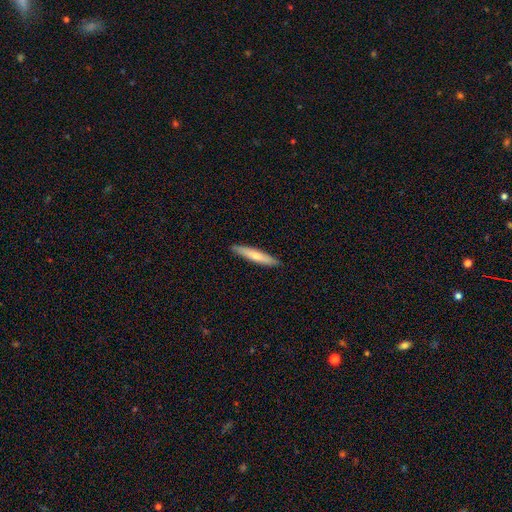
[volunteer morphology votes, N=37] This is likely a smooth galaxy (76%). How rounded: clearly cigar-shaped (100%). Merging: clearly none (89%).